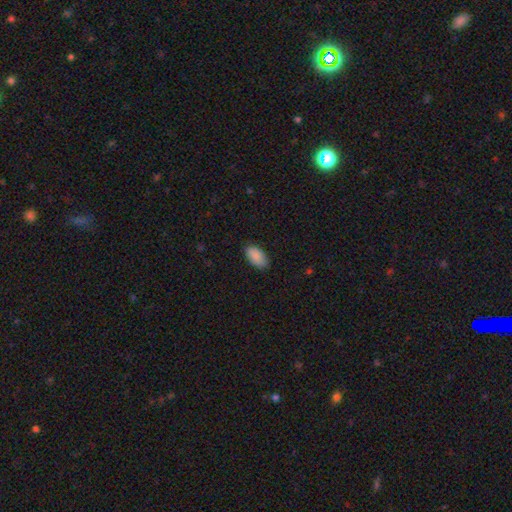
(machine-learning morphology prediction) smooth_or_featured: smooth (p=0.88) [alt: star or artifact p=0.07]
how_rounded: in between (p=0.95) [alt: round p=0.03]
merging: none (p=0.85) [alt: minor disturbance p=0.12]